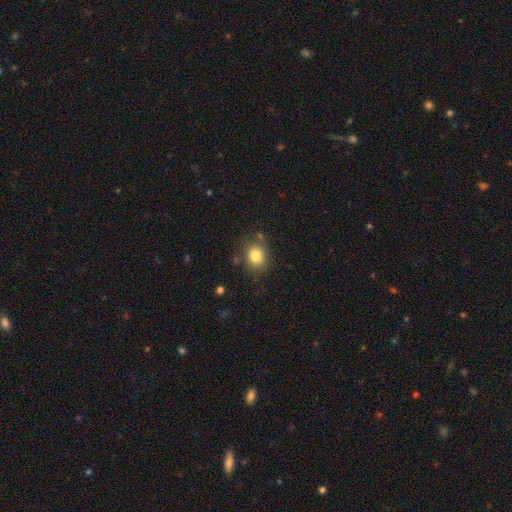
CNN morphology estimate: smooth_or_featured: smooth (p=0.81) [alt: star or artifact p=0.11]
how_rounded: round (p=0.70) [alt: in between p=0.30]
merging: none (p=0.76) [alt: minor disturbance p=0.15]